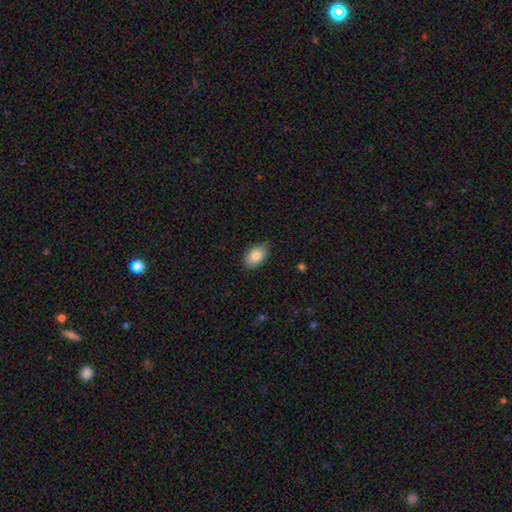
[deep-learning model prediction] The model was most divided on "merging": none: 81%, minor disturbance: 15%, major disturbance: 2%, merger: 1%. More confident: how rounded — in between (90%); smooth or featured — smooth (85%).